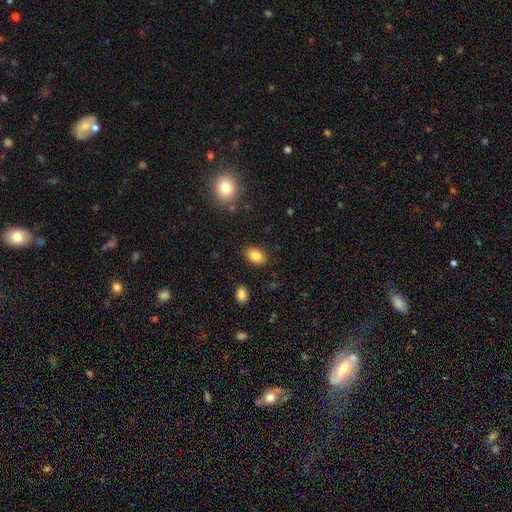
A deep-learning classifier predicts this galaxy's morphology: Overall: smooth (85%). How rounded: in between (86%). Merging: none (86%).